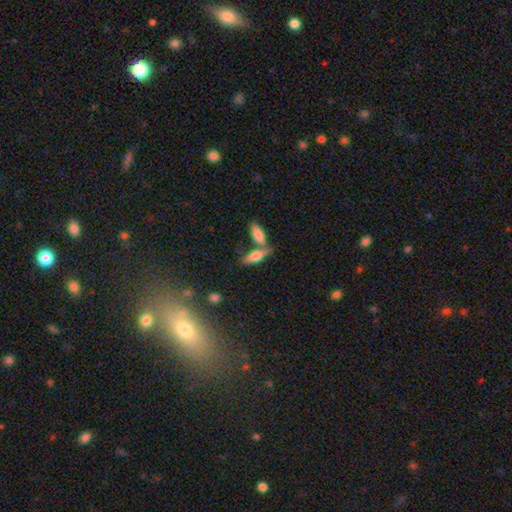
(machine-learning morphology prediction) Smooth or featured? smooth (51%)
How rounded? in between (49%)
Merging? none (54%)